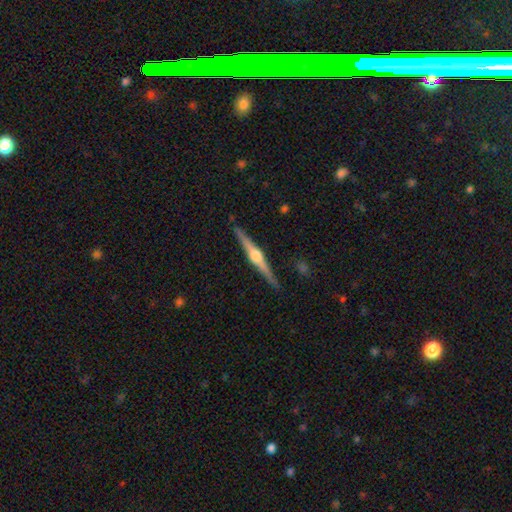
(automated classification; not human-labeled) The model was most divided on "smooth or featured": featured or disk: 83%, smooth: 12%, star or artifact: 5%. More confident: edge-on disk — yes (98%); edge-on bulge — rounded (94%); merging — none (90%).